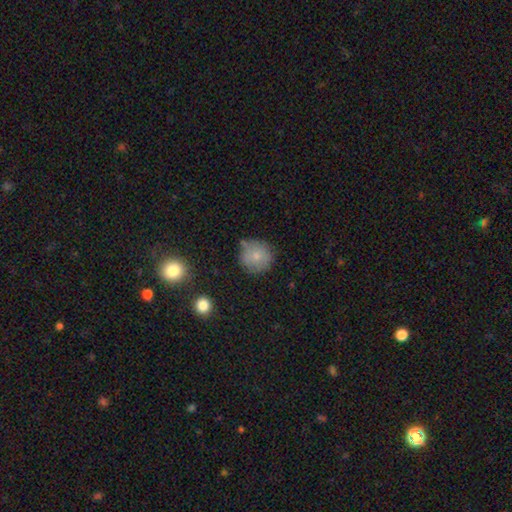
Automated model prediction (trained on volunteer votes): Overall: smooth (78%). How rounded: round (93%). Merging: none (71%).